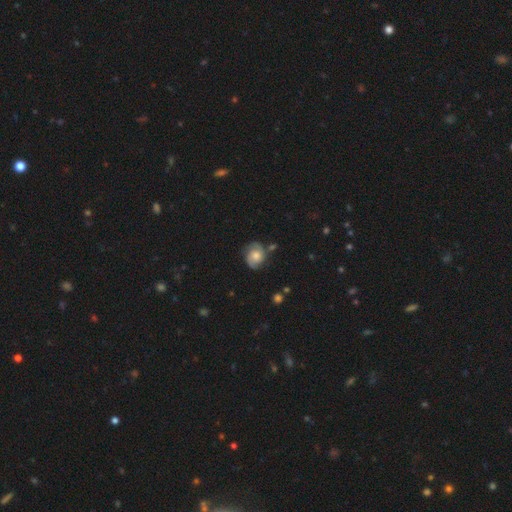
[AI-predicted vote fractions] The model was most divided on "smooth or featured": featured or disk: 53%, smooth: 39%, star or artifact: 8%. More confident: edge-on disk — no (97%); spiral arms — yes (87%); bar — no (74%); merging — none (67%); bulge size — moderate (53%).